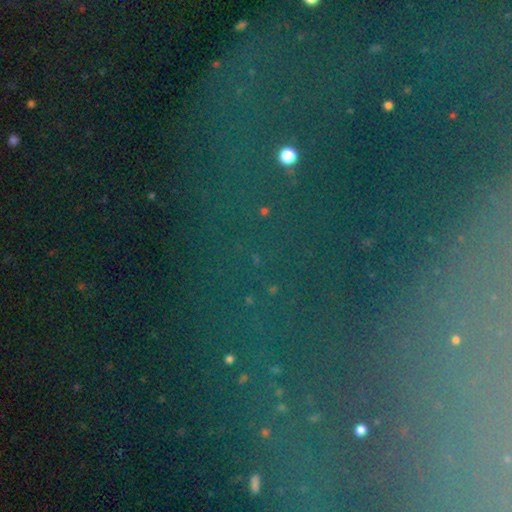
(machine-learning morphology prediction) Smooth or featured?
  - star or artifact: 77% *
  - smooth: 12%
  - featured or disk: 12%